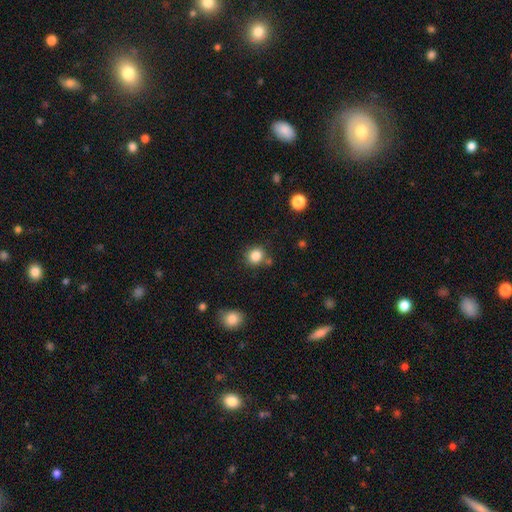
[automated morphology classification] The model was most divided on "how rounded": round: 79%, in between: 20%, cigar-shaped: 1%. More confident: smooth or featured — smooth (85%); merging — none (76%).